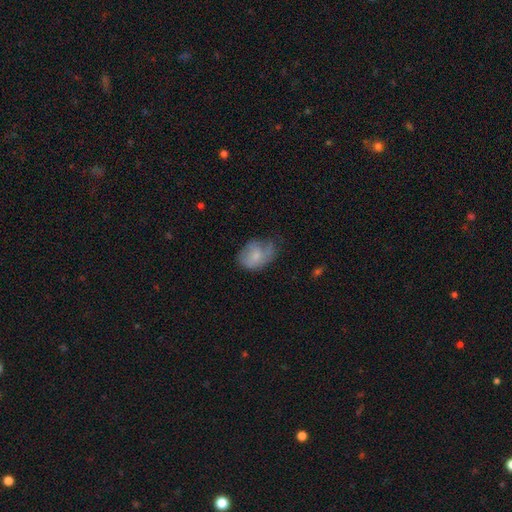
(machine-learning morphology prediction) A smooth galaxy with no disk features (62%) that is in between round and cigar-shaped (71%).

Vote fractions:
- Smooth or featured? smooth: 62% / featured or disk: 30% / star or artifact: 8%
- How rounded? in between: 71% / round: 28% / cigar-shaped: 1%
- Merging? none: 41% / minor disturbance: 37% / major disturbance: 20% / merger: 2%